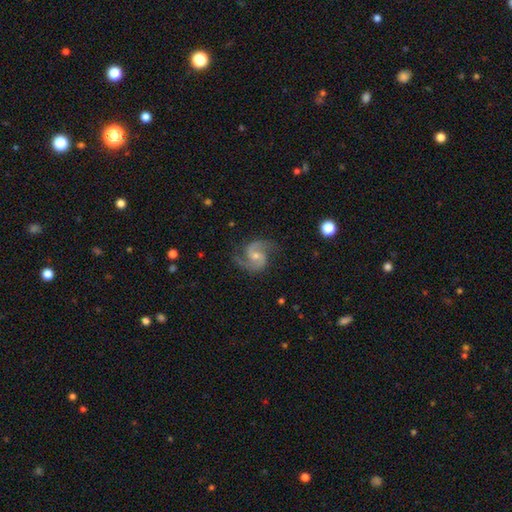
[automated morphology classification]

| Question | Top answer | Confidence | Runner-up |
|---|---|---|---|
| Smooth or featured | featured or disk | 91% | star or artifact (5%) |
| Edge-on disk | no | 98% | yes (2%) |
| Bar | no | 46% | weak (43%) |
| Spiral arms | yes | 98% | no (2%) |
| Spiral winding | medium | 62% | loose (21%) |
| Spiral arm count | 2 | 94% | can't tell (2%) |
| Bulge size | small | 54% | moderate (41%) |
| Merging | none | 81% | minor disturbance (13%) |